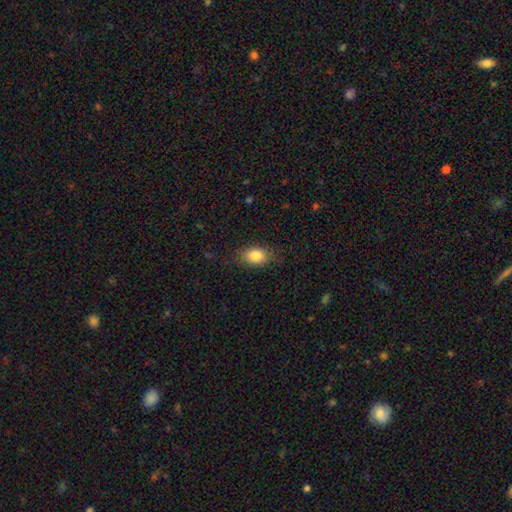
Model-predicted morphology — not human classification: smooth 84%, star or artifact 8%, featured or disk 8%. Down the decision tree: how rounded — in between (79%); merging — none (80%).